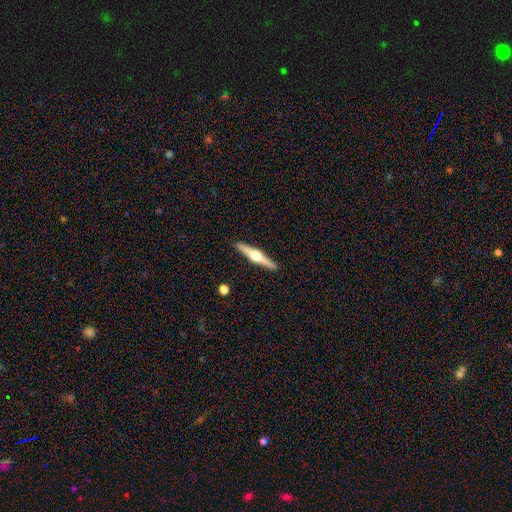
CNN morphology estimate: This is likely a featured or disk galaxy (79%). It is clearly viewed edge-on (98%). Edge-on bulge: clearly rounded (95%). Merging: clearly none (92%).